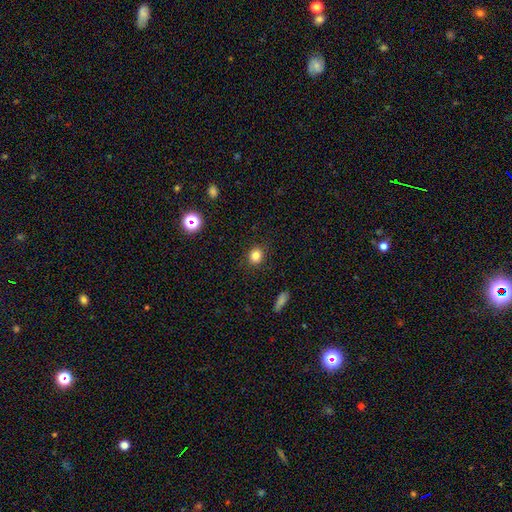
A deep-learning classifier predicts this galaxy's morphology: Smooth or featured?
  - smooth: 82% *
  - star or artifact: 12%
  - featured or disk: 5%
How rounded?
  - round: 78% *
  - in between: 21%
  - cigar-shaped: 1%
Merging?
  - none: 88% *
  - minor disturbance: 8%
  - major disturbance: 2%
  - merger: 1%